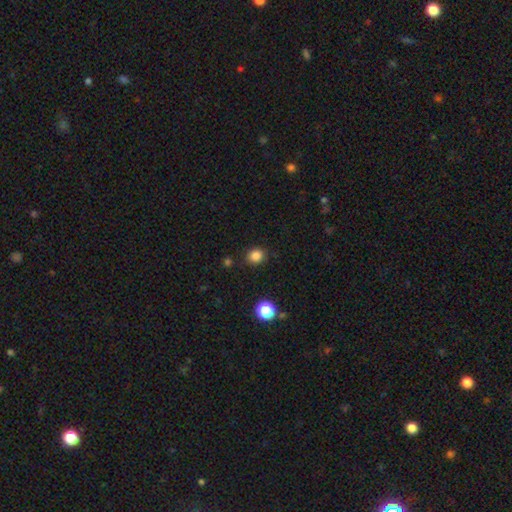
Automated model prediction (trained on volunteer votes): smooth_or_featured: smooth (p=0.84) [alt: star or artifact p=0.12]
how_rounded: round (p=0.75) [alt: in between p=0.25]
merging: none (p=0.87) [alt: minor disturbance p=0.09]